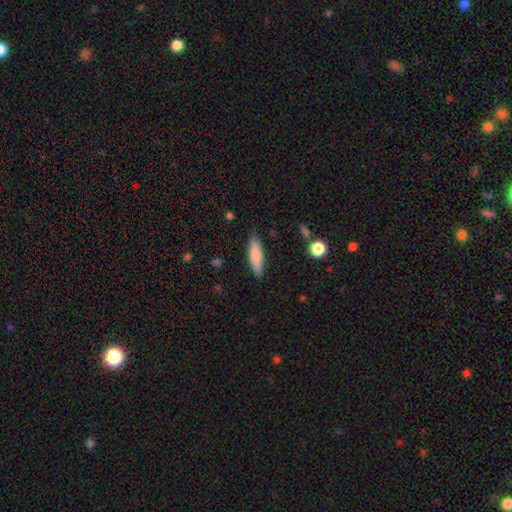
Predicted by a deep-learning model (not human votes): Q: Smooth or featured?
A: smooth (77%); runner-up: featured or disk (17%)
Q: How rounded?
A: cigar-shaped (64%); runner-up: in between (34%)
Q: Merging?
A: none (85%); runner-up: minor disturbance (11%)